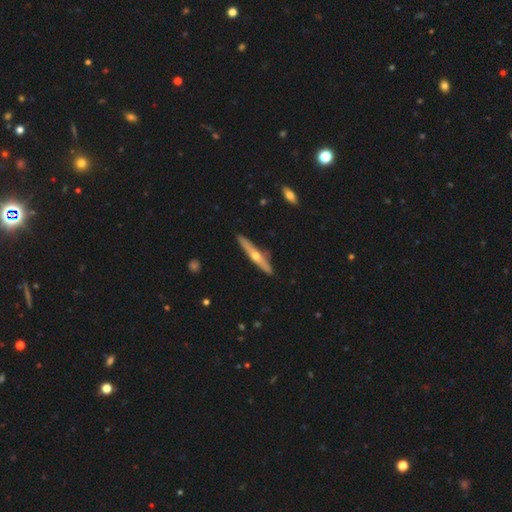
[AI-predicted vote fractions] Q: Smooth or featured?
A: featured or disk (64%); runner-up: smooth (30%)
Q: Edge-on disk?
A: yes (93%); runner-up: no (7%)
Q: Edge-on bulge?
A: rounded (89%); runner-up: none (9%)
Q: Merging?
A: none (88%); runner-up: minor disturbance (9%)